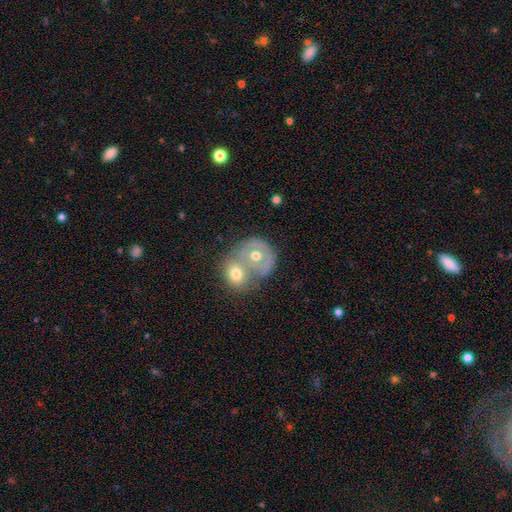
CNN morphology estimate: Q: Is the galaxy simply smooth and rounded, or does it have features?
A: featured or disk — 48%.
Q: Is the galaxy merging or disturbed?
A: merger — 64%.